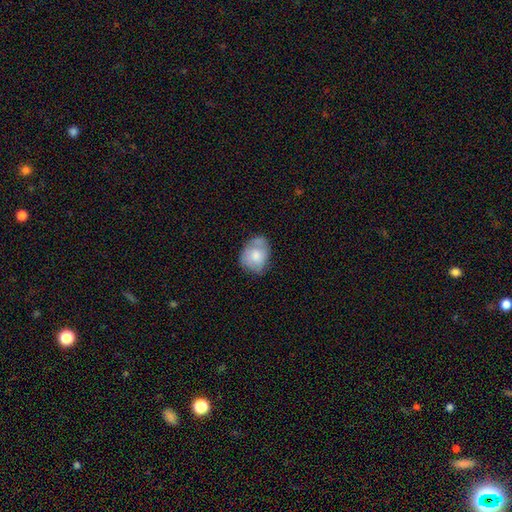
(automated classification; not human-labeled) smooth_or_featured: smooth (p=0.66) [alt: featured or disk p=0.27]
how_rounded: in between (p=0.56) [alt: round p=0.43]
merging: none (p=0.49) [alt: minor disturbance p=0.34]